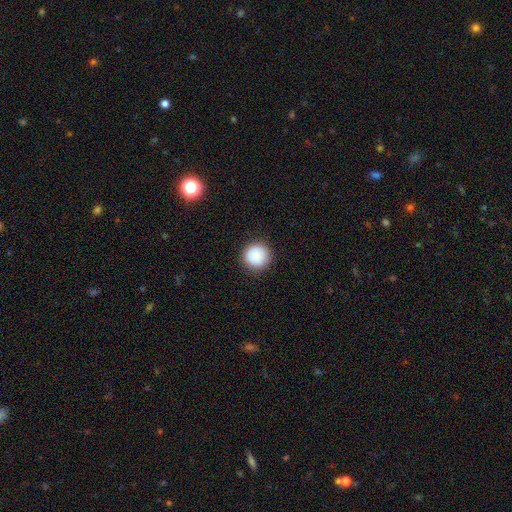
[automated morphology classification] smooth_or_featured: smooth (p=0.84) [alt: star or artifact p=0.09]
how_rounded: round (p=0.95) [alt: in between p=0.04]
merging: none (p=0.90) [alt: minor disturbance p=0.07]